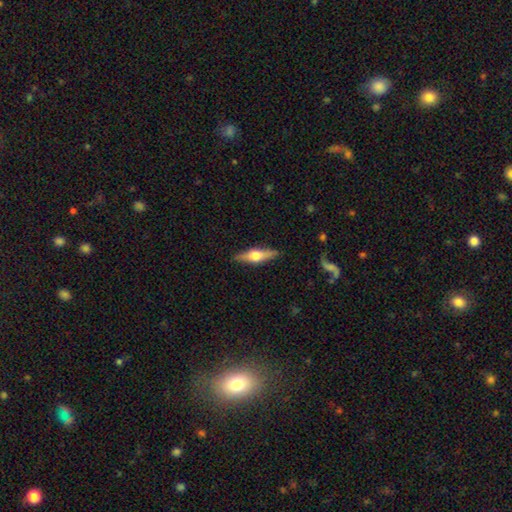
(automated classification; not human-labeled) smooth_or_featured: featured or disk (p=0.63) [alt: smooth p=0.31]
disk_edge_on: yes (p=0.95) [alt: no p=0.05]
edge_on_bulge: rounded (p=0.94) [alt: boxy p=0.04]
merging: none (p=0.89) [alt: minor disturbance p=0.08]